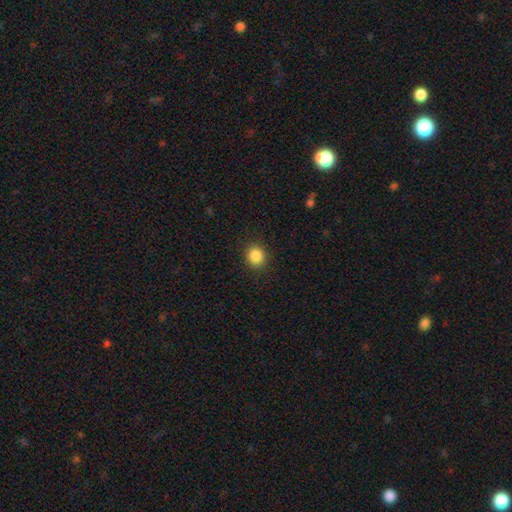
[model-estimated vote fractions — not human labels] smooth_or_featured: smooth (p=0.87) [alt: star or artifact p=0.10]
how_rounded: round (p=0.78) [alt: in between p=0.21]
merging: none (p=0.89) [alt: minor disturbance p=0.08]